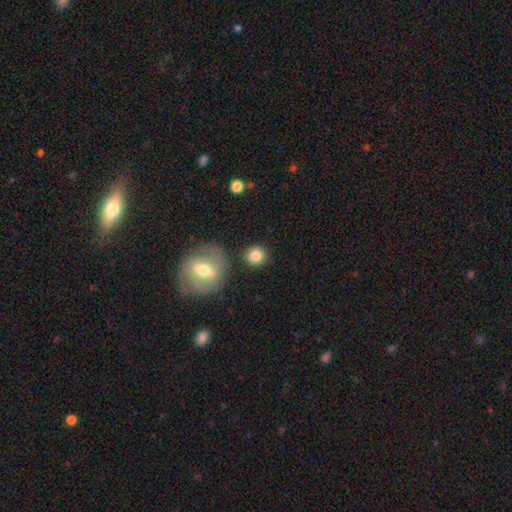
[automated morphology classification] This appears to be a smooth galaxy with no disk features (84%) that is round (89%). Merging: none (83%).